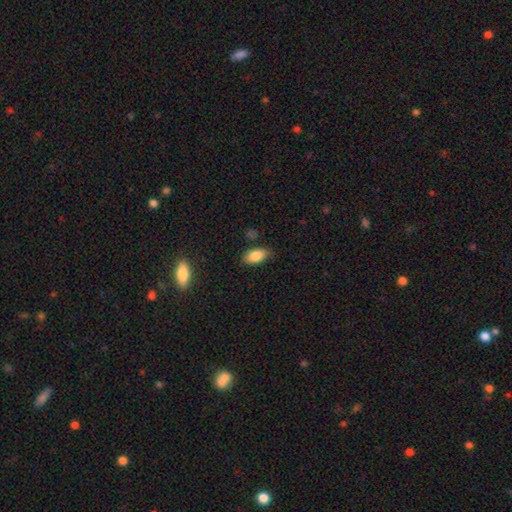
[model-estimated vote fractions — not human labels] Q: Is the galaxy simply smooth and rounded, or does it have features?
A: smooth — 85%.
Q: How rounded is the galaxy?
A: in between — 91%.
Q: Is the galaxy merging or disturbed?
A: none — 79%.